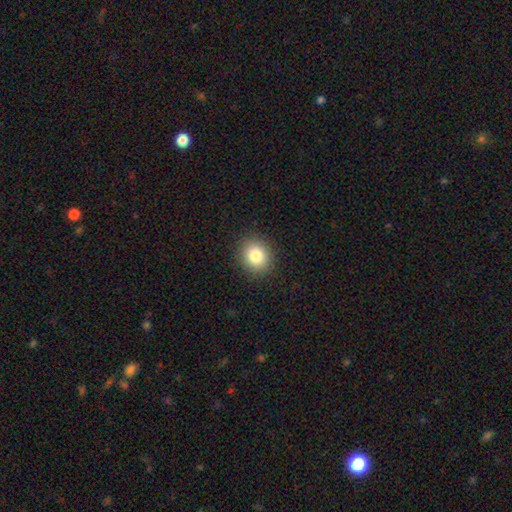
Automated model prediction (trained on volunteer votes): Smooth or featured?
  - smooth: 84% *
  - star or artifact: 10%
  - featured or disk: 7%
How rounded?
  - round: 74% *
  - in between: 25%
  - cigar-shaped: 1%
Merging?
  - none: 91% *
  - minor disturbance: 6%
  - major disturbance: 2%
  - merger: 1%